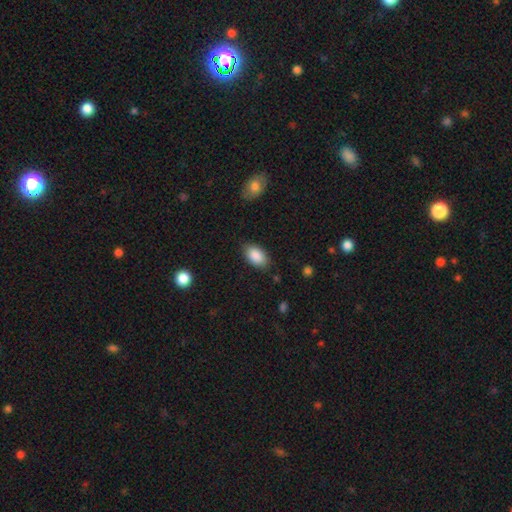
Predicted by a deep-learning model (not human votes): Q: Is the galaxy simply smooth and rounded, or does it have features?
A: smooth — 89%.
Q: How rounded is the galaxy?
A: in between — 93%.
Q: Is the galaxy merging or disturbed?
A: none — 81%.